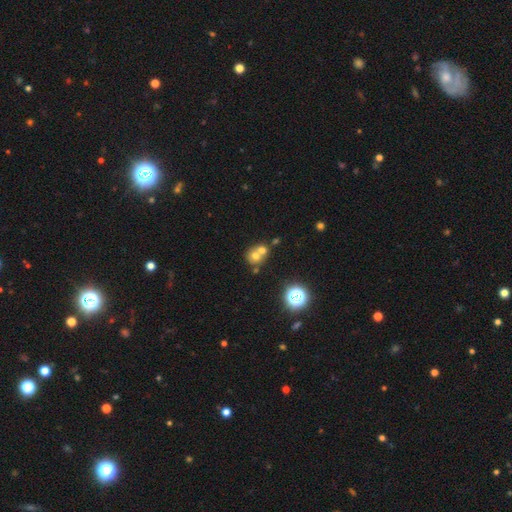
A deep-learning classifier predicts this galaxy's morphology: Q: Smooth or featured?
A: smooth (62%); runner-up: featured or disk (19%)
Q: How rounded?
A: round (79%); runner-up: in between (20%)
Q: Merging?
A: merger (56%); runner-up: none (36%)